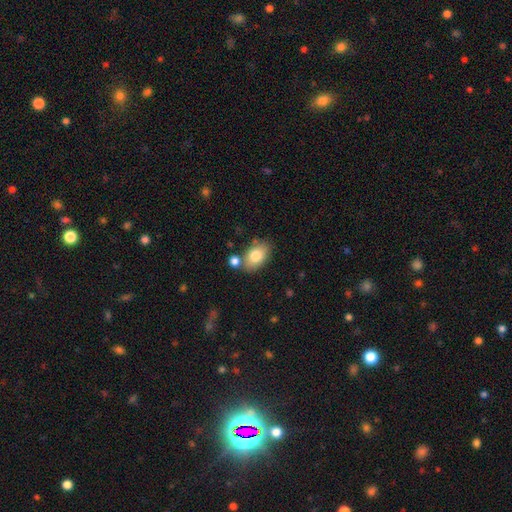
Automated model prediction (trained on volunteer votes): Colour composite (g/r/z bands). It shows a smooth galaxy with no disk features (79%) that is in between round and cigar-shaped (85%). Merging: none (71%).